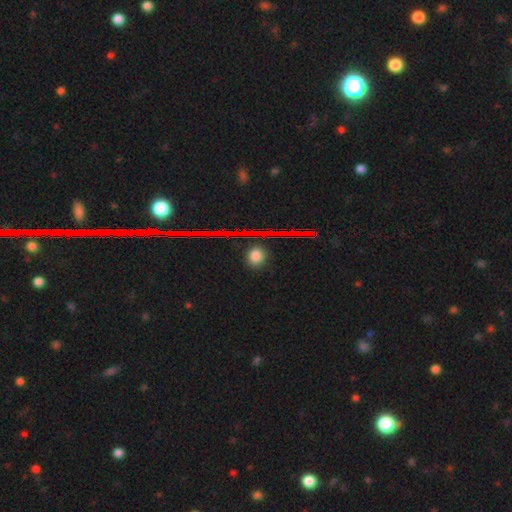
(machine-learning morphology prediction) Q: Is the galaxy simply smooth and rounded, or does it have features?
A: smooth — 75%.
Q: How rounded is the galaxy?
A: round — 70%.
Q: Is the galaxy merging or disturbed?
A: none — 88%.